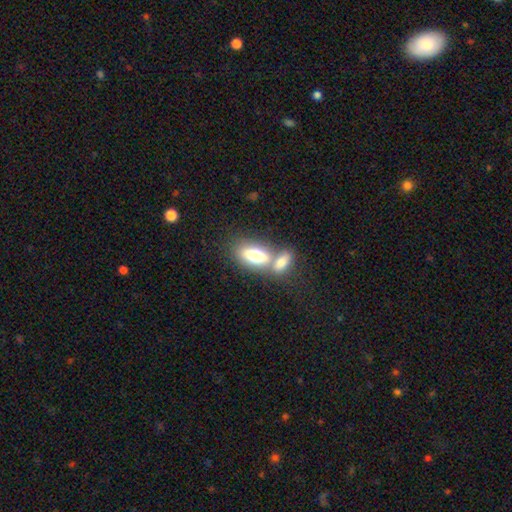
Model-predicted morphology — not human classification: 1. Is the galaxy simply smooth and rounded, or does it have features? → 71% smooth, 22% featured or disk, 7% star or artifact.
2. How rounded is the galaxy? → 83% in between, 13% cigar-shaped, 4% round.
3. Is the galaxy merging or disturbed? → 55% merger, 33% none, 8% minor disturbance, 4% major disturbance.